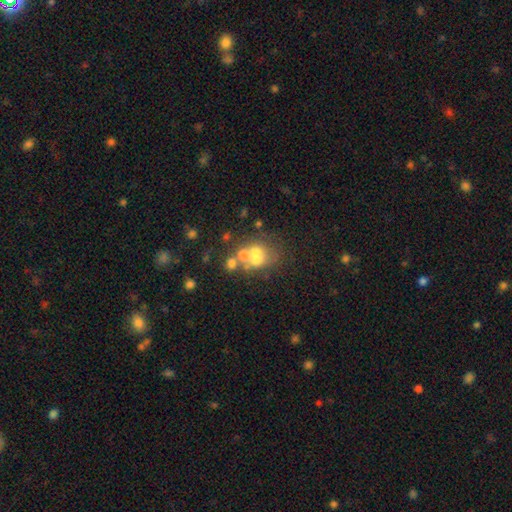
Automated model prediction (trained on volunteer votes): smooth_or_featured: smooth (p=0.46) [alt: featured or disk p=0.36]
merging: merger (p=0.50) [alt: none p=0.32]